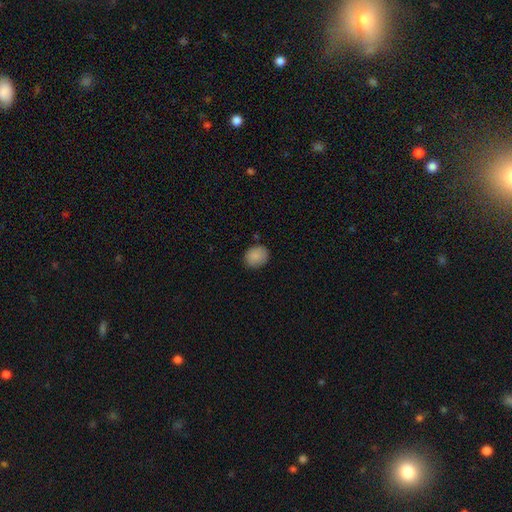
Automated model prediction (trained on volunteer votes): Morphology: type=smooth (87%); roundness=round (56%); merging=none (84%).